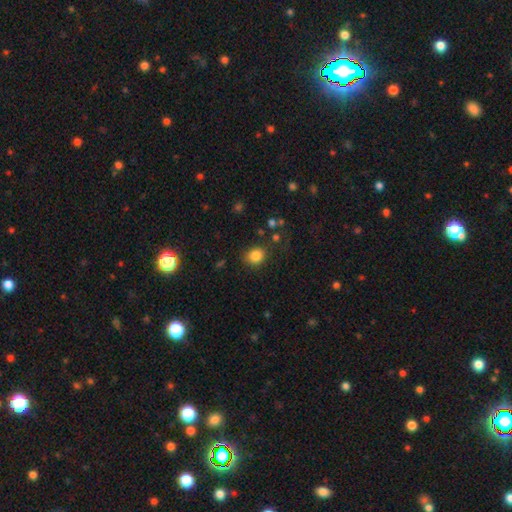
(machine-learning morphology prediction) The model was most divided on "how rounded": round: 67%, in between: 32%, cigar-shaped: 1%. More confident: smooth or featured — smooth (84%); merging — none (79%).